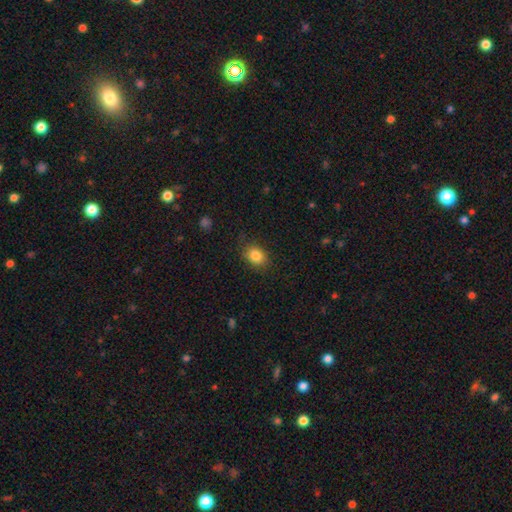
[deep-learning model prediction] smooth 84%, star or artifact 10%, featured or disk 6%. Down the decision tree: how rounded — in between (57%); merging — none (81%).